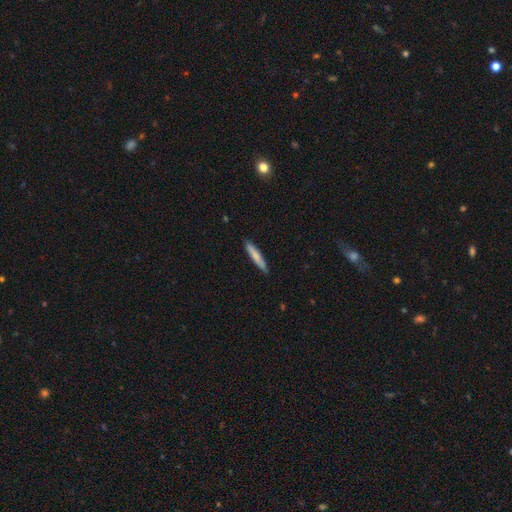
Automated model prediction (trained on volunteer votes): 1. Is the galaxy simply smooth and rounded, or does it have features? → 75% smooth, 19% featured or disk, 5% star or artifact.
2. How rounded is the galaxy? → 92% cigar-shaped, 6% in between, 1% round.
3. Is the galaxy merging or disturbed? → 89% none, 8% minor disturbance, 1% major disturbance, 1% merger.